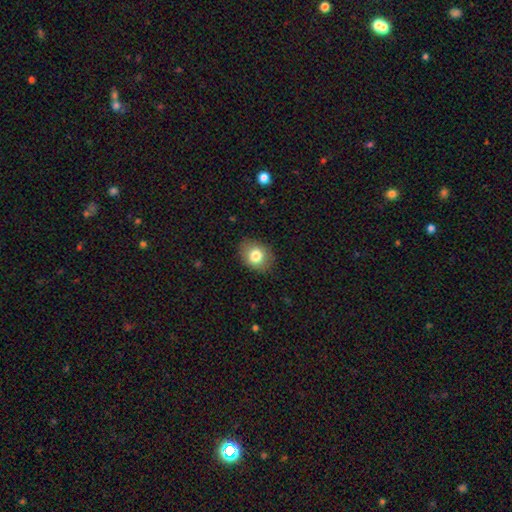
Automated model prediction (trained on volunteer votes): Smooth or featured? smooth (80%)
How rounded? in between (57%)
Merging? none (85%)